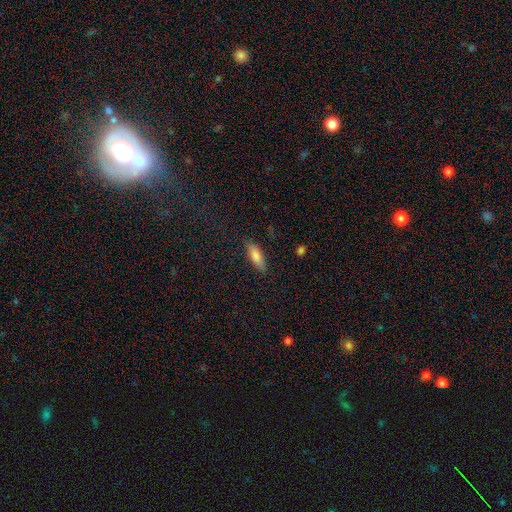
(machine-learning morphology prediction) type=smooth (80%); roundness=in between (58%); merging=none (84%).